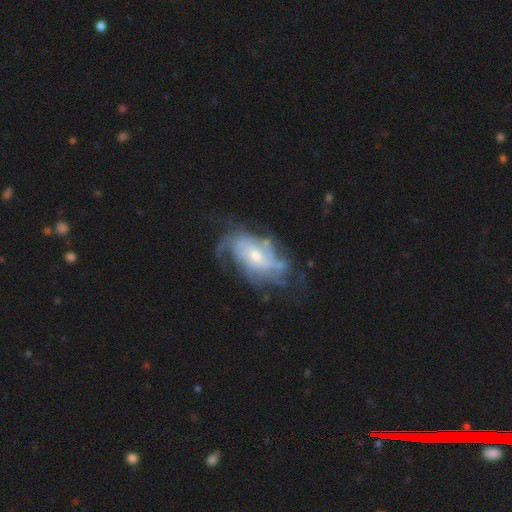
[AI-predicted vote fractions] Smooth or featured?
  - featured or disk: 83% *
  - smooth: 11%
  - star or artifact: 7%
Edge-on disk?
  - no: 96% *
  - yes: 4%
Bar?
  - no: 60% *
  - weak: 33%
  - strong: 7%
Spiral arms?
  - yes: 89% *
  - no: 11%
Spiral winding?
  - tight: 39% *
  - medium: 38%
  - loose: 23%
Spiral arm count?
  - can't tell: 43% *
  - 2: 18%
  - 3: 15%
  - 4: 12%
  - more than 4: 6%
  - 1: 6%
Bulge size?
  - moderate: 47% *
  - small: 45%
  - large: 4%
  - none: 2%
  - dominant: 1%
Merging?
  - none: 55% *
  - minor disturbance: 22%
  - major disturbance: 21%
  - merger: 2%